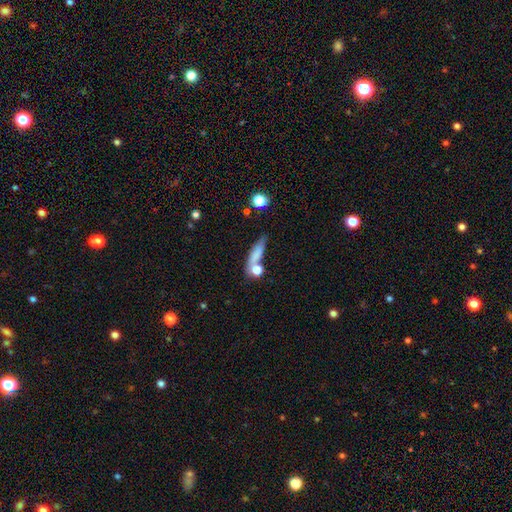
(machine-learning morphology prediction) Smooth or featured? smooth (73%)
How rounded? cigar-shaped (59%)
Merging? none (53%)